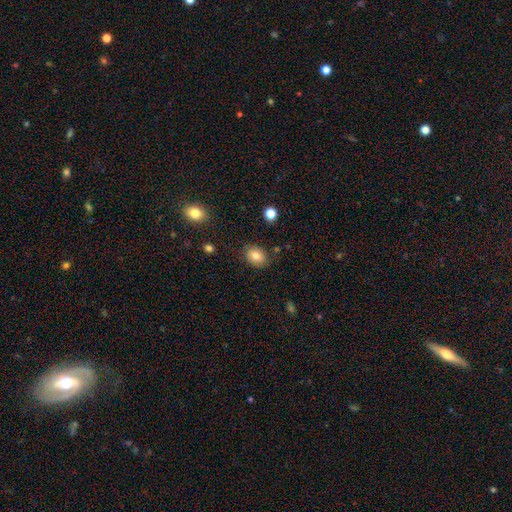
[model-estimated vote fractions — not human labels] Smooth or featured: smooth — 78% (featured or disk — 13%)
How rounded: in between — 58% (round — 41%)
Merging: none — 80% (minor disturbance — 14%)